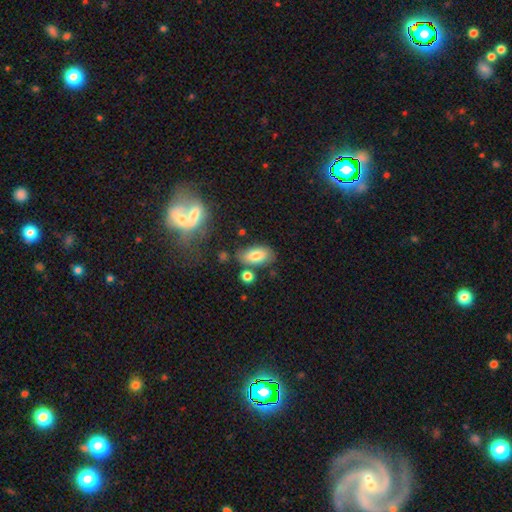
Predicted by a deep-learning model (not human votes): Smooth or featured?
  - smooth: 79% *
  - featured or disk: 13%
  - star or artifact: 8%
How rounded?
  - in between: 91% *
  - cigar-shaped: 4%
  - round: 4%
Merging?
  - none: 71% *
  - minor disturbance: 16%
  - merger: 9%
  - major disturbance: 5%